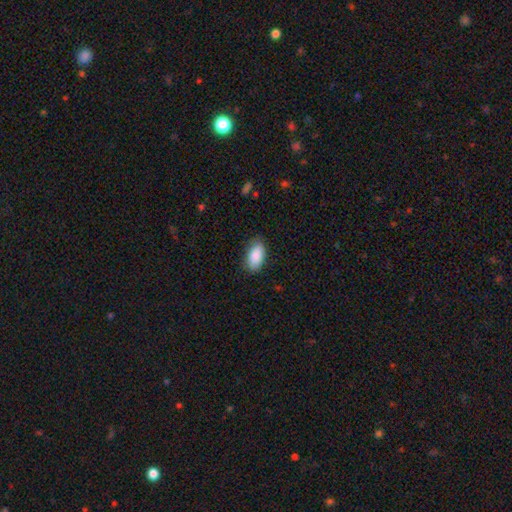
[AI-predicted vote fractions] Smooth or featured? Predicted: smooth (p=0.89). How rounded? Predicted: in between (p=0.93). Merging? Predicted: none (p=0.81).